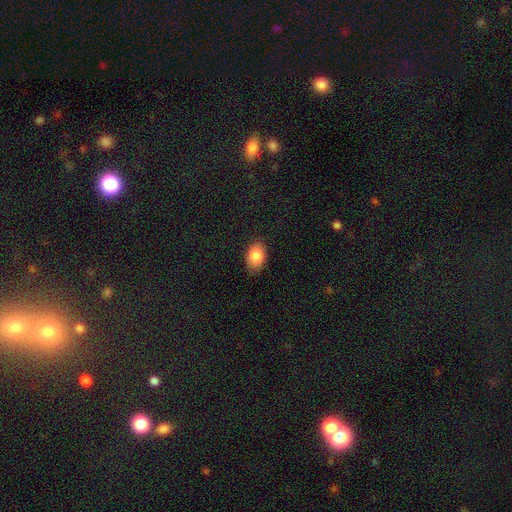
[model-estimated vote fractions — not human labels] A smooth galaxy with no disk features (85%) that is in between round and cigar-shaped (85%). Merging: none (85%).